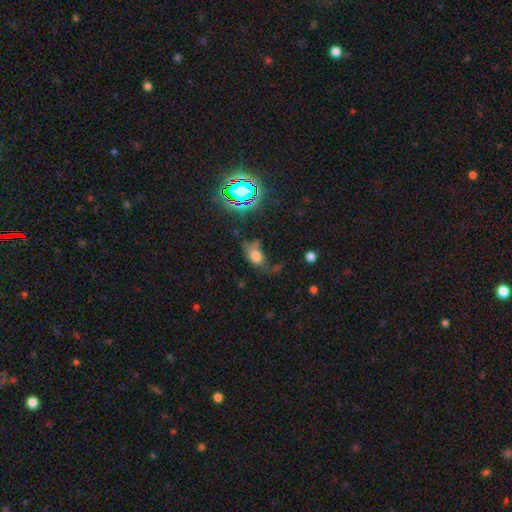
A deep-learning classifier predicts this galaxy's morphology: Smooth or featured: smooth — 61% (star or artifact — 20%)
How rounded: in between — 81% (round — 16%)
Merging: none — 33% (tied with major disturbance — 33%)